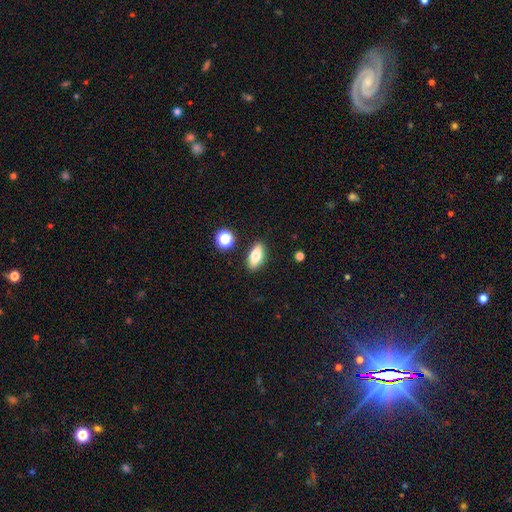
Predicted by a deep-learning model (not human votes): This appears to be a smooth galaxy with no disk features (72%) that is in between round and cigar-shaped (77%). Merging: none (86%).